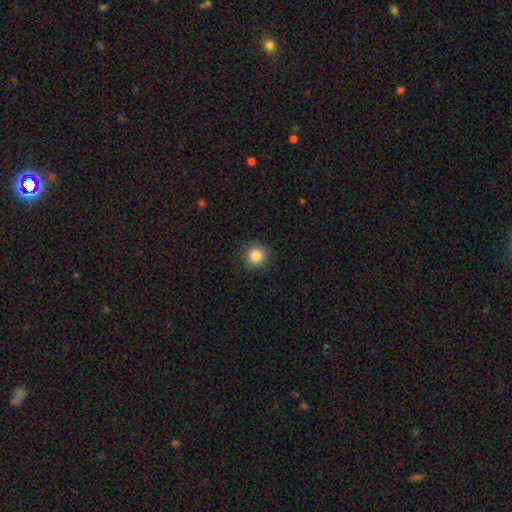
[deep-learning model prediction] Smooth or featured?
  - smooth: 86% *
  - star or artifact: 10%
  - featured or disk: 4%
How rounded?
  - round: 94% *
  - in between: 6%
  - cigar-shaped: 1%
Merging?
  - none: 90% *
  - minor disturbance: 7%
  - major disturbance: 2%
  - merger: 1%